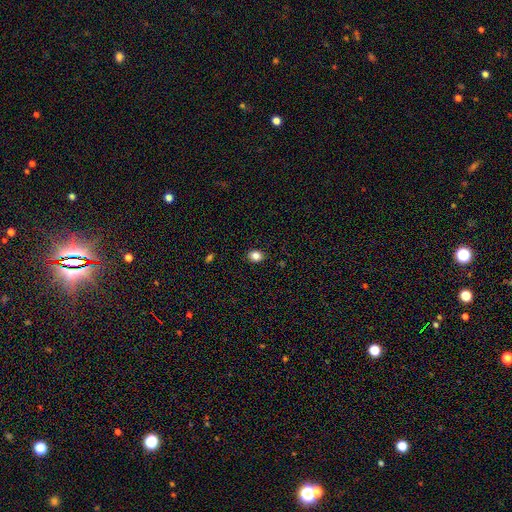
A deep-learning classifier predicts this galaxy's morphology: This appears to be a smooth galaxy with no disk features (84%) that is round (52%). Merging: none (89%).